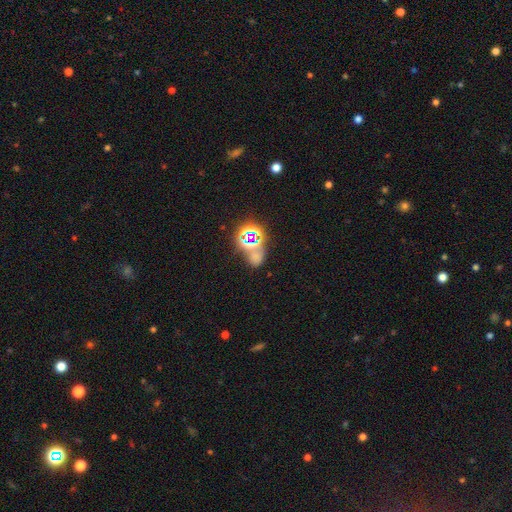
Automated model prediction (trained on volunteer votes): The model was most divided on "smooth or featured": star or artifact: 52%, smooth: 36%, featured or disk: 12%.